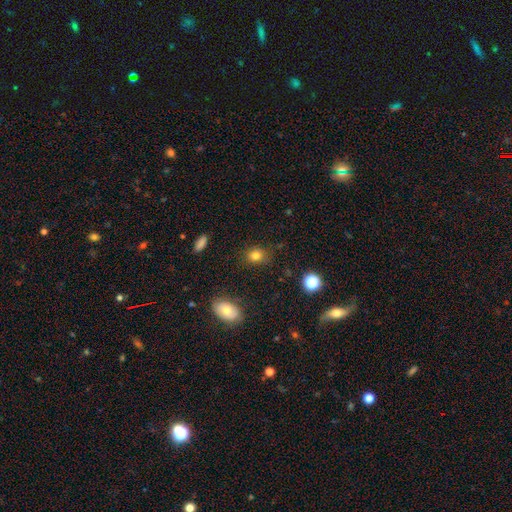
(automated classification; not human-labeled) Q: Smooth or featured?
A: smooth (80%); runner-up: star or artifact (13%)
Q: How rounded?
A: round (57%); runner-up: in between (42%)
Q: Merging?
A: none (82%); runner-up: minor disturbance (12%)